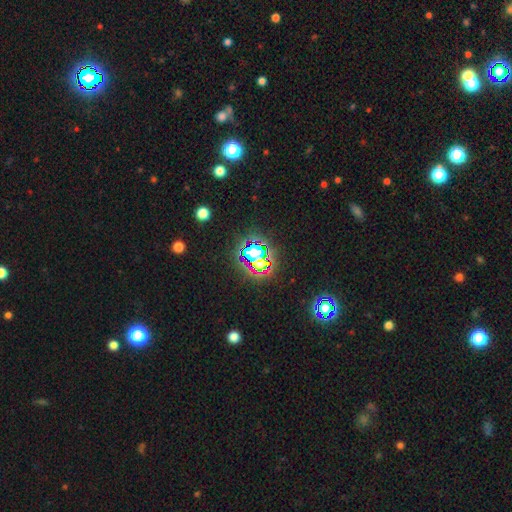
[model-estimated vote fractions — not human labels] A star or artifact, not a galaxy (67%).